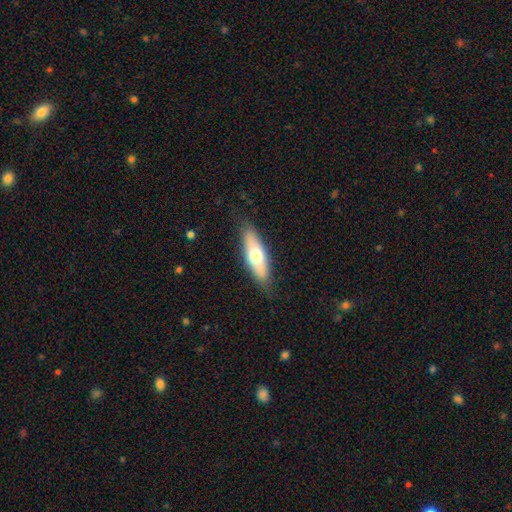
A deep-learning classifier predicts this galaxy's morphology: This is possibly a smooth galaxy (56%). How rounded: possibly in between (55%). Merging: clearly none (82%).